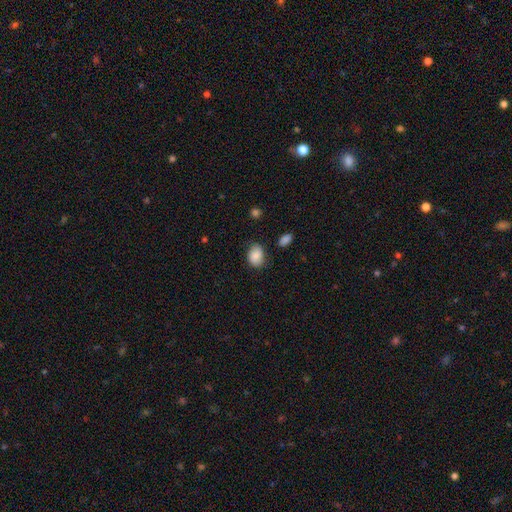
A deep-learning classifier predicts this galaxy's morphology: smooth 84%, featured or disk 8%, star or artifact 8%. Down the decision tree: how rounded — in between (66%); merging — none (67%).